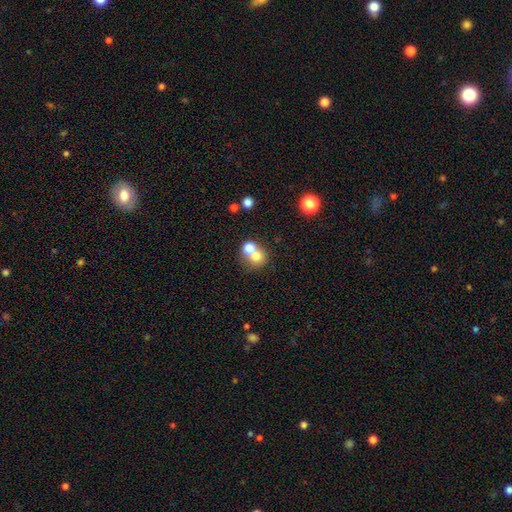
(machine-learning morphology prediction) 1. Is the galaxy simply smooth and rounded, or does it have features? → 72% smooth, 16% featured or disk, 13% star or artifact.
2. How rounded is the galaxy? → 81% round, 18% in between, 1% cigar-shaped.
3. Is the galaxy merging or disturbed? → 54% merger, 37% none, 6% minor disturbance, 3% major disturbance.